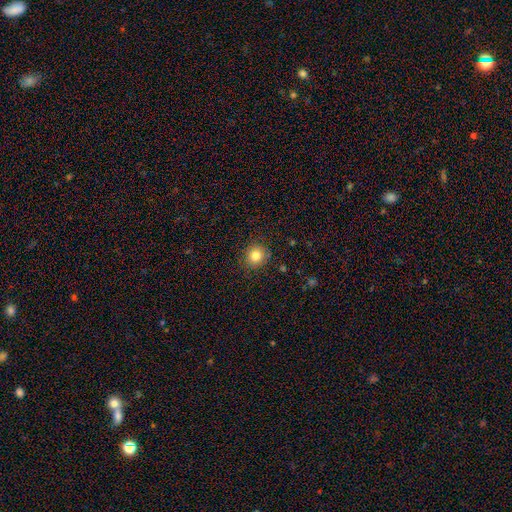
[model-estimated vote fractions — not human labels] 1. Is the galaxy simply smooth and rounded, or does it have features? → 83% smooth, 11% star or artifact, 6% featured or disk.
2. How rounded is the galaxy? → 88% round, 11% in between, 1% cigar-shaped.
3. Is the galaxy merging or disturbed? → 88% none, 9% minor disturbance, 3% major disturbance, 1% merger.